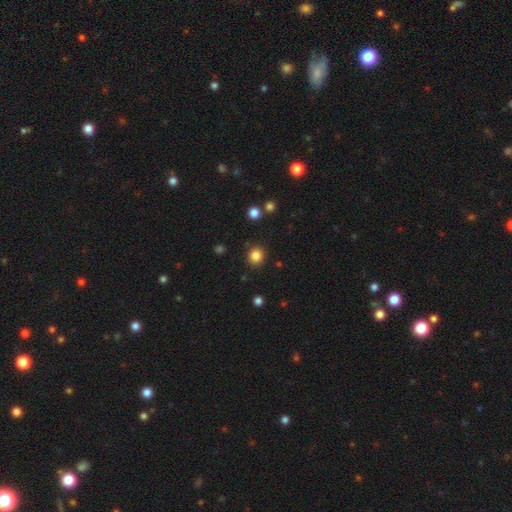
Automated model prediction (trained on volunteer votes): A smooth galaxy with no disk features (84%) that is round (87%). Merging: none (89%).